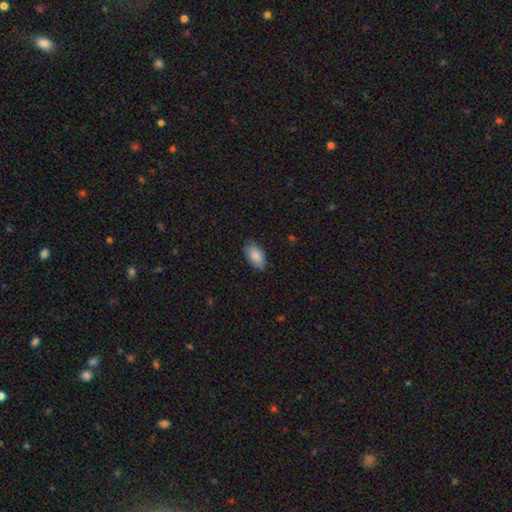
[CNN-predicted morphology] A smooth galaxy with no disk features (87%) that is in between round and cigar-shaped (94%). Merging: none (83%).